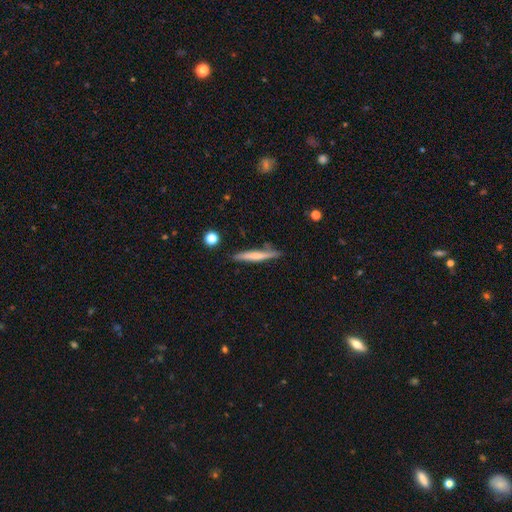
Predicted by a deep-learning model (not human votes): This appears to be a smooth galaxy with no disk features (56%) that is cigar-shaped (94%). Merging: none (81%).